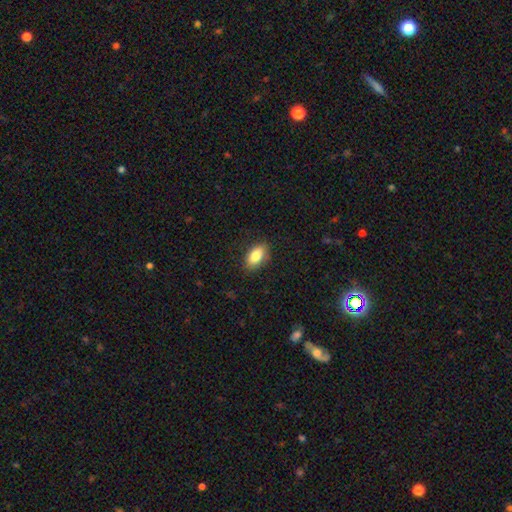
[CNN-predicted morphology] The model was most divided on "smooth or featured": smooth: 84%, featured or disk: 9%, star or artifact: 7%. More confident: how rounded — in between (91%); merging — none (86%).